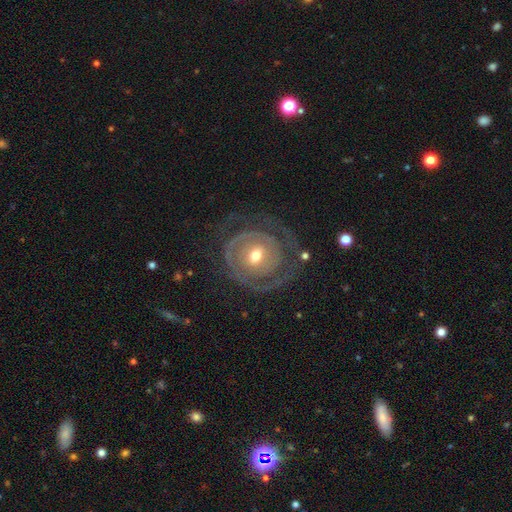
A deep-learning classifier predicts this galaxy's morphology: featured or disk 80%, smooth 14%, star or artifact 6%. Down the decision tree: edge-on disk — no (97%); bar — no (60%); spiral arms — yes (80%); spiral arm count — 2 (35%); spiral winding — tight (65%); bulge size — moderate (63%); merging — none (63%).